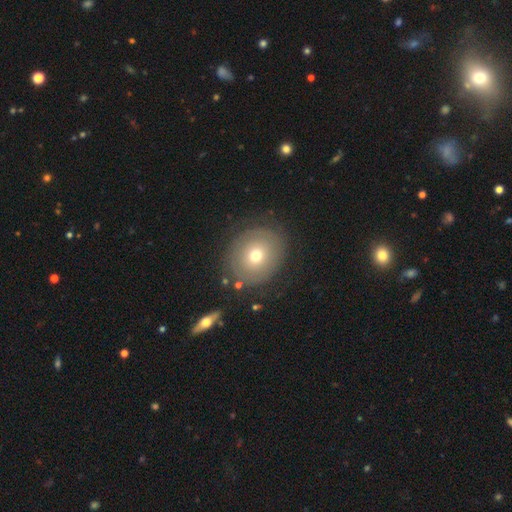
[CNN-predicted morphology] Smooth or featured?
  - smooth: 59% *
  - featured or disk: 31%
  - star or artifact: 10%
How rounded?
  - round: 74% *
  - in between: 25%
  - cigar-shaped: 1%
Merging?
  - none: 80% *
  - minor disturbance: 13%
  - major disturbance: 6%
  - merger: 2%